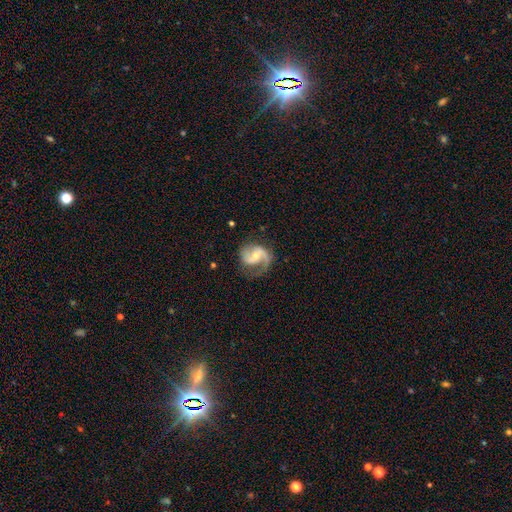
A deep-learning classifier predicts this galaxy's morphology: featured or disk 87%, smooth 8%, star or artifact 5%. Down the decision tree: edge-on disk — no (98%); bar — weak (44%); spiral arms — yes (97%); spiral arm count — 2 (80%); spiral winding — medium (51%); bulge size — small (48%); merging — none (66%).